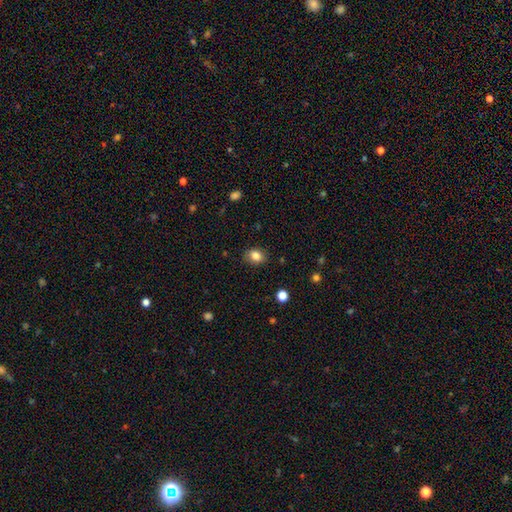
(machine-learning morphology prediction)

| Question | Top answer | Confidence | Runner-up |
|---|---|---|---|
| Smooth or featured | smooth | 83% | star or artifact (10%) |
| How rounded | in between | 53% | round (46%) |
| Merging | none | 85% | minor disturbance (12%) |